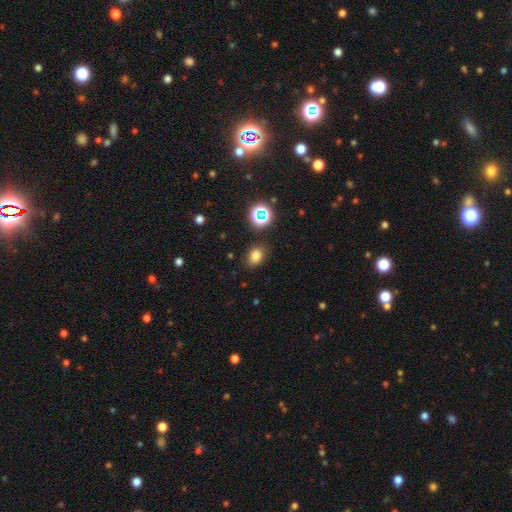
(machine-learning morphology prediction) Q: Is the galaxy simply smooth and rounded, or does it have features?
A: smooth — 77%.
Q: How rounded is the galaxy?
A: in between — 58%.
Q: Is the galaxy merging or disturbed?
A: none — 84%.